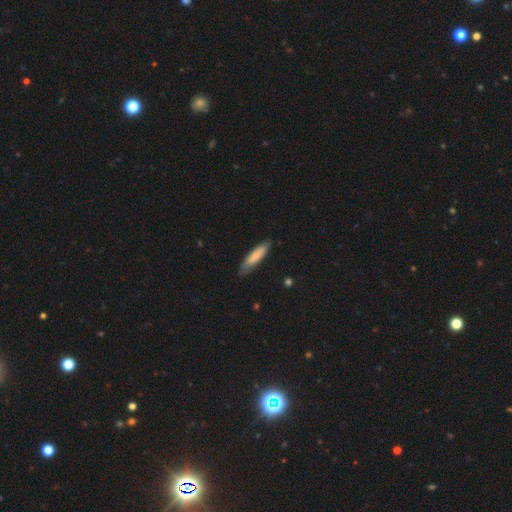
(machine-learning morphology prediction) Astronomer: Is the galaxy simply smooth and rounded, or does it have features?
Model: smooth — 78%.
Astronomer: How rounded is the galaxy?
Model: cigar-shaped — 75%.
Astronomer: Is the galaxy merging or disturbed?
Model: none — 77%.